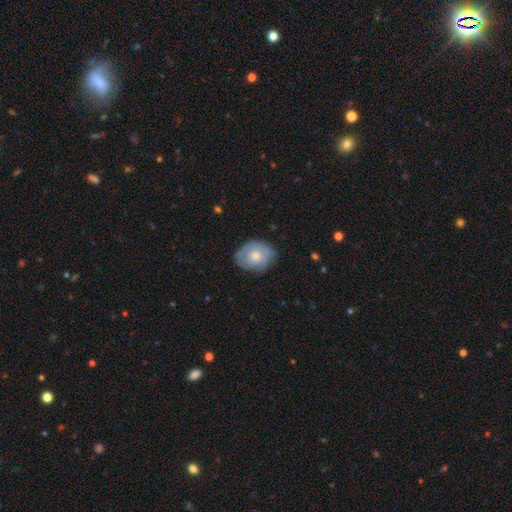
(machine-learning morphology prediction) This is possibly a smooth galaxy (48%). Merging: likely none (70%).